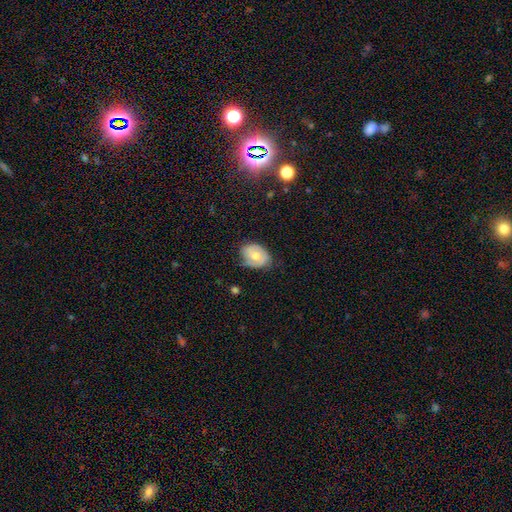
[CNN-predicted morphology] This is possibly a smooth galaxy (52%). How rounded: likely in between (67%). Merging: likely none (62%).